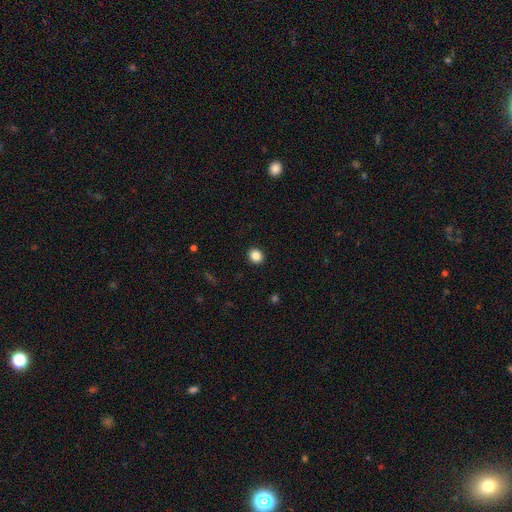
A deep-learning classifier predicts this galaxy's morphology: This is clearly a smooth galaxy (86%). How rounded: likely round (71%). Merging: clearly none (92%).